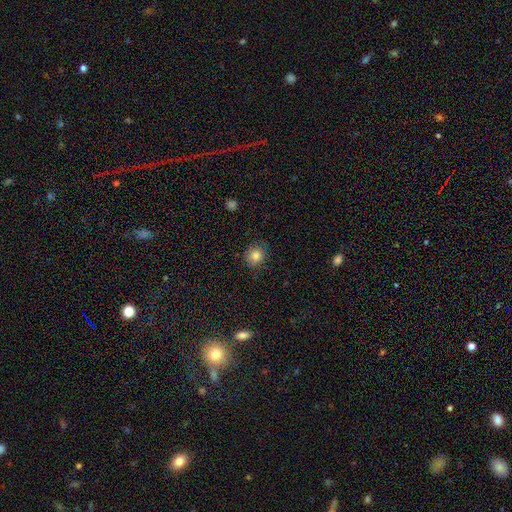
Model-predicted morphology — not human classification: This appears to be a smooth galaxy with no disk features (83%) that is round (80%). Merging: none (81%).